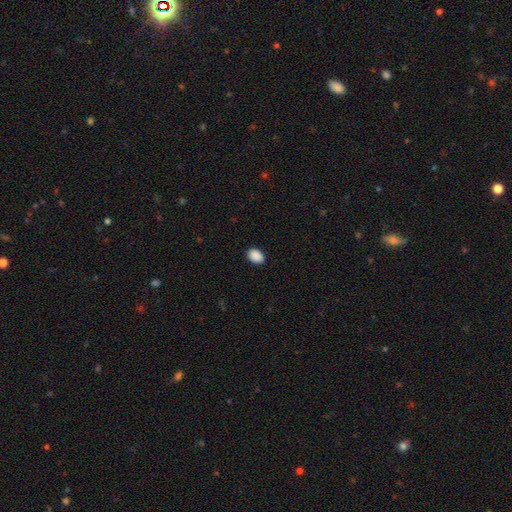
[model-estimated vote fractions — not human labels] The model was most divided on "how rounded": in between: 79%, round: 20%, cigar-shaped: 1%. More confident: smooth or featured — smooth (90%); merging — none (89%).